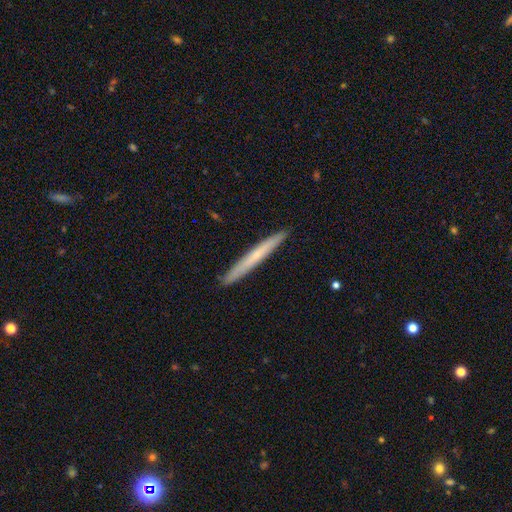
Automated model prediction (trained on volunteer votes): A smooth galaxy with no disk features (49%).

Vote fractions:
- Smooth or featured? smooth: 49% / featured or disk: 45% / star or artifact: 6%
- Merging? none: 93% / minor disturbance: 5% / major disturbance: 1% / merger: 1%